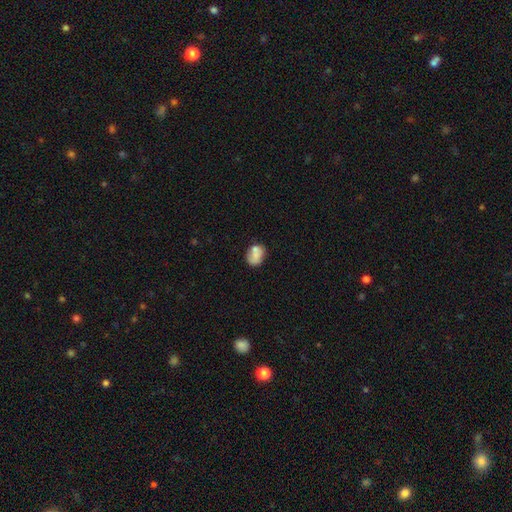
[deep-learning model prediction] A smooth galaxy with no disk features (74%) that is in between round and cigar-shaped (62%).

Vote fractions:
- Smooth or featured? smooth: 74% / featured or disk: 18% / star or artifact: 9%
- How rounded? in between: 62% / round: 37% / cigar-shaped: 1%
- Merging? none: 52% / minor disturbance: 22% / merger: 18% / major disturbance: 7%